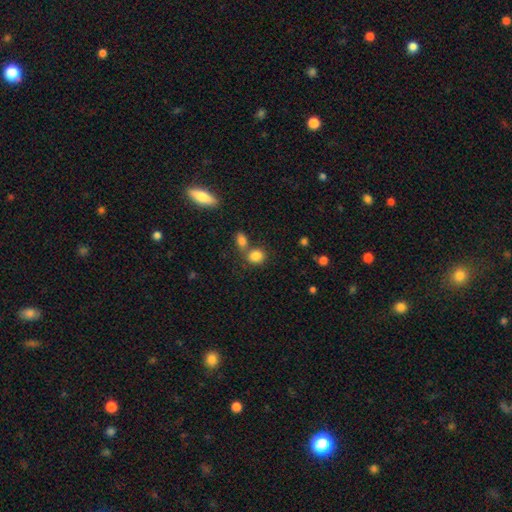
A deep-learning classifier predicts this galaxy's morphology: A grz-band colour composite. It shows a smooth galaxy with no disk features (84%) that is round (58%). Merging: none (53%).